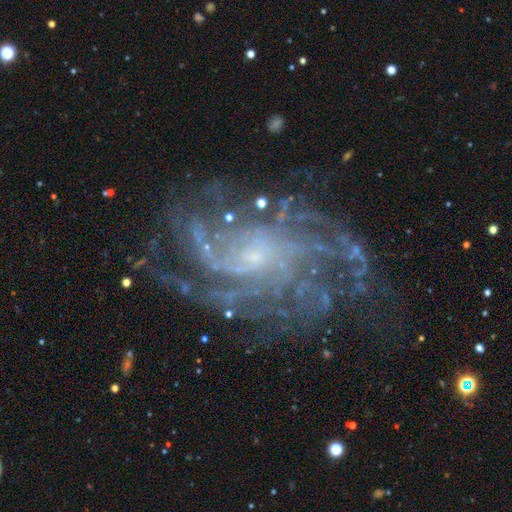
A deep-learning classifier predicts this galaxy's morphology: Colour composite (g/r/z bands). It shows a featured or disk galaxy (88%) with no bar (70%), more than 4 (26%) tight (50%) spiral arms (97%) and a small central bulge (77%). Merging: none (70%).